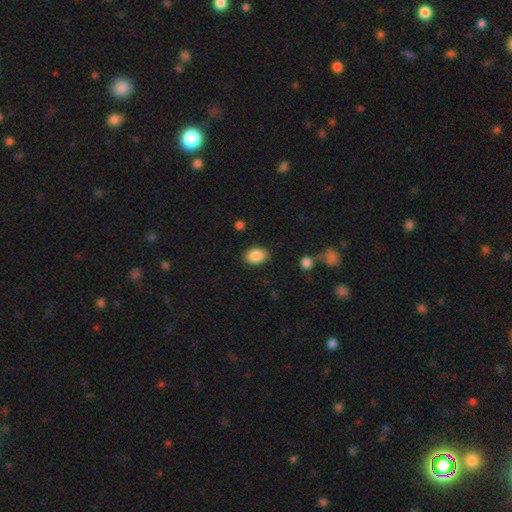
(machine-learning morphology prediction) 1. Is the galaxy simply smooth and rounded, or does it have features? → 87% smooth, 8% star or artifact, 5% featured or disk.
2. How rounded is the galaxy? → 81% in between, 18% round, 1% cigar-shaped.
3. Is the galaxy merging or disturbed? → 85% none, 11% minor disturbance, 3% major disturbance, 2% merger.